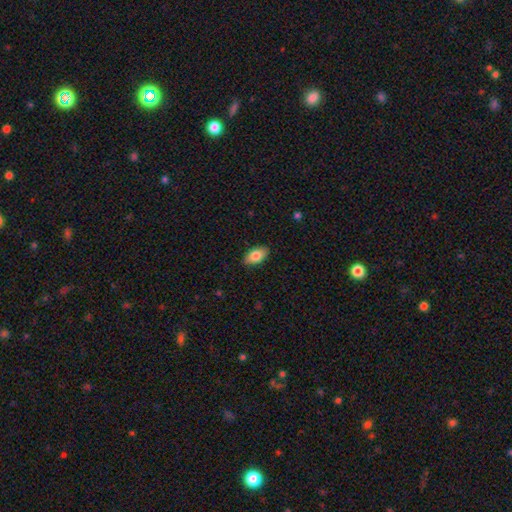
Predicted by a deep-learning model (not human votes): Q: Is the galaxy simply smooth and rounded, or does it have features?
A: smooth — 81%.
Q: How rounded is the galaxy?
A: in between — 93%.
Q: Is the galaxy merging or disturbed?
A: none — 87%.